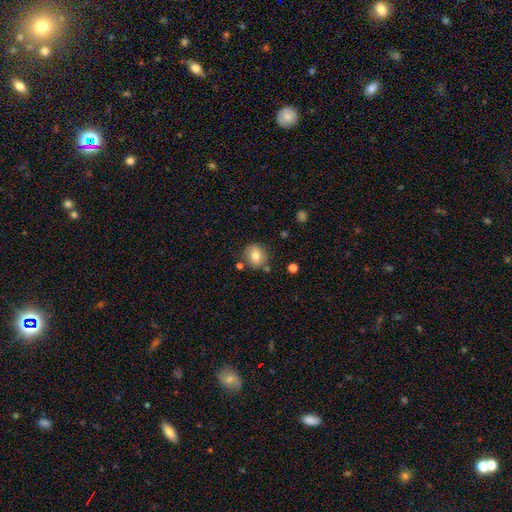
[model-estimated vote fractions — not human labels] Smooth or featured: smooth — 77% (featured or disk — 13%)
How rounded: round — 86% (in between — 13%)
Merging: none — 80% (minor disturbance — 11%)